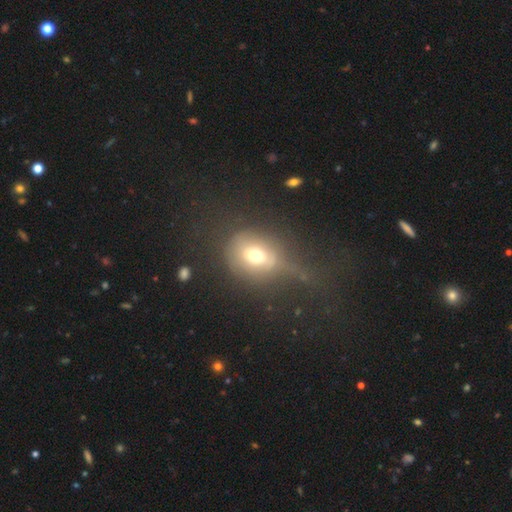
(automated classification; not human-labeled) smooth_or_featured: smooth (p=0.63) [alt: featured or disk p=0.24]
how_rounded: round (p=0.54) [alt: in between p=0.44]
merging: none (p=0.39) [alt: major disturbance p=0.36]